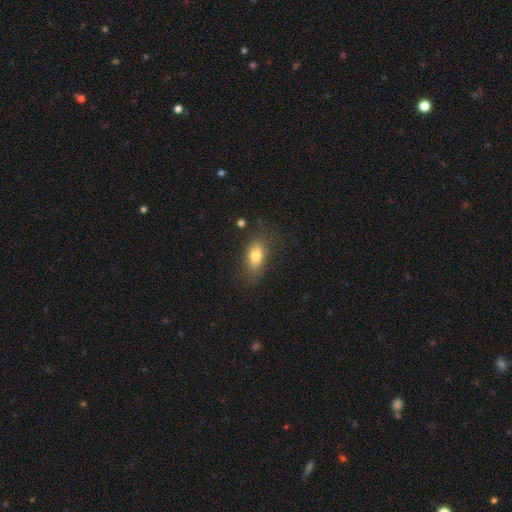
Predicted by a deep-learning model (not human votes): A smooth galaxy with no disk features (78%) that is in between round and cigar-shaped (84%).

Vote fractions:
- Smooth or featured? smooth: 78% / featured or disk: 14% / star or artifact: 9%
- How rounded? in between: 84% / round: 9% / cigar-shaped: 7%
- Merging? none: 73% / minor disturbance: 18% / major disturbance: 8% / merger: 2%